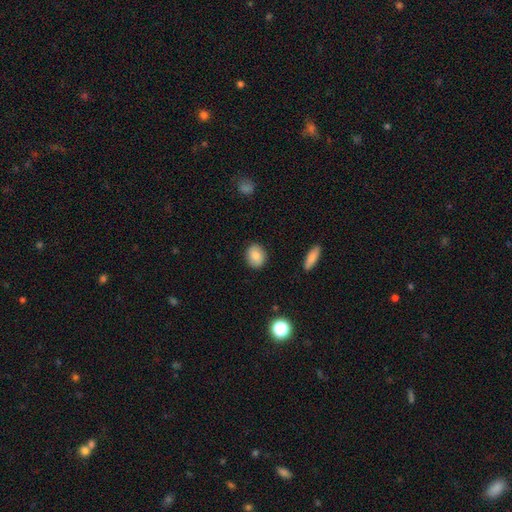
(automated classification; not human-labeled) Smooth or featured? smooth (82%)
How rounded? round (58%)
Merging? none (89%)